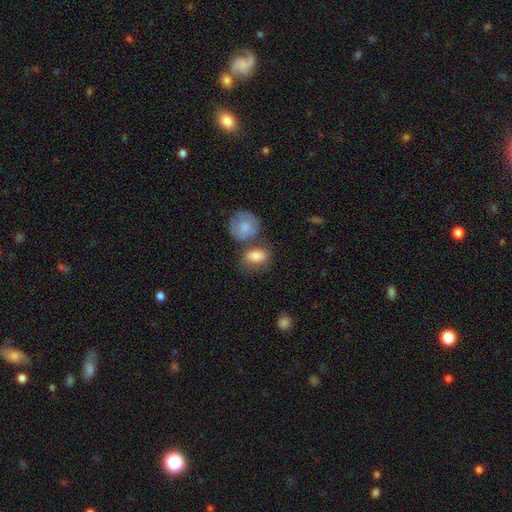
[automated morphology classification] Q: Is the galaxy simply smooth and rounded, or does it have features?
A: smooth — 78%.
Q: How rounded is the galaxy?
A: in between — 70%.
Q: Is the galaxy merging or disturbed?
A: none — 42%.